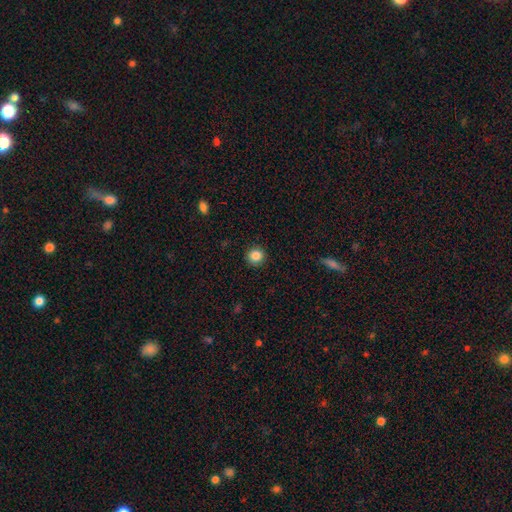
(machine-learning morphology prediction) type=smooth (85%); roundness=round (92%); merging=none (92%).